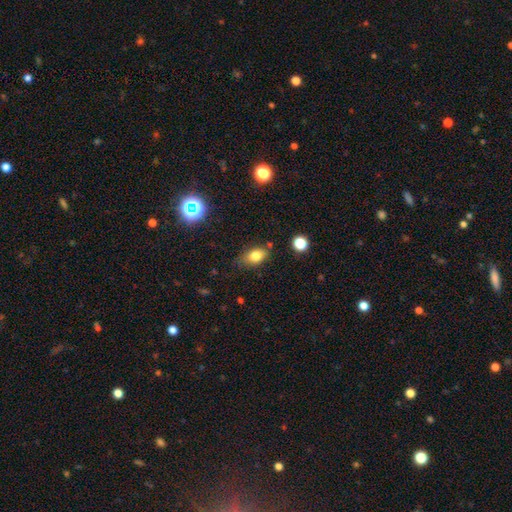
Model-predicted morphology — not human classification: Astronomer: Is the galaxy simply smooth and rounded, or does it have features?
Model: smooth — 79%.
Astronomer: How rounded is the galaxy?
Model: in between — 82%.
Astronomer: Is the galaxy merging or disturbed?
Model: none — 71%.